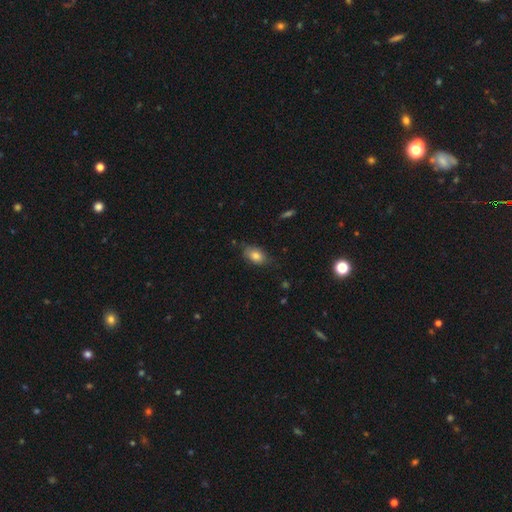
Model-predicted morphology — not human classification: smooth_or_featured: smooth (p=0.81) [alt: featured or disk p=0.11]
how_rounded: in between (p=0.88) [alt: round p=0.10]
merging: none (p=0.71) [alt: minor disturbance p=0.24]